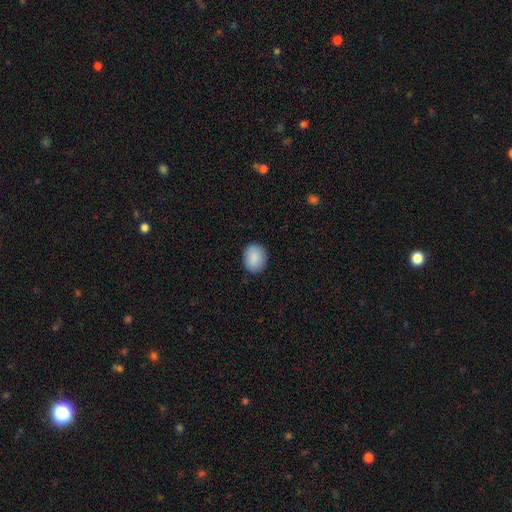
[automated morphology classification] smooth-or-featured: smooth: 90% | star or artifact: 7% | featured or disk: 3%
  how-rounded: round: 55% | in between: 44% | cigar-shaped: 1%
  merging: none: 88% | minor disturbance: 9% | major disturbance: 2% | merger: 1%